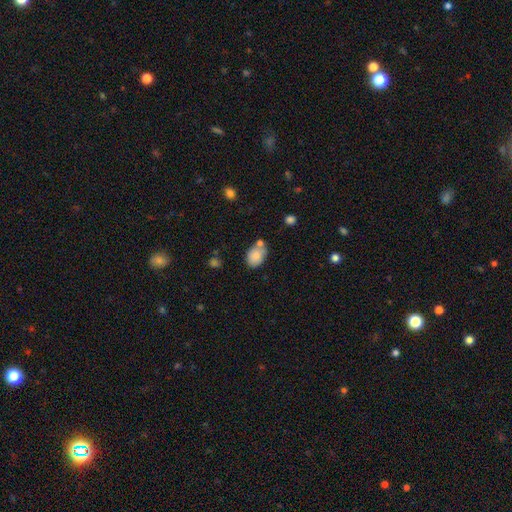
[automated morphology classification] Q: Smooth or featured?
A: smooth (84%); runner-up: star or artifact (8%)
Q: How rounded?
A: in between (74%); runner-up: round (24%)
Q: Merging?
A: none (55%); runner-up: merger (21%)